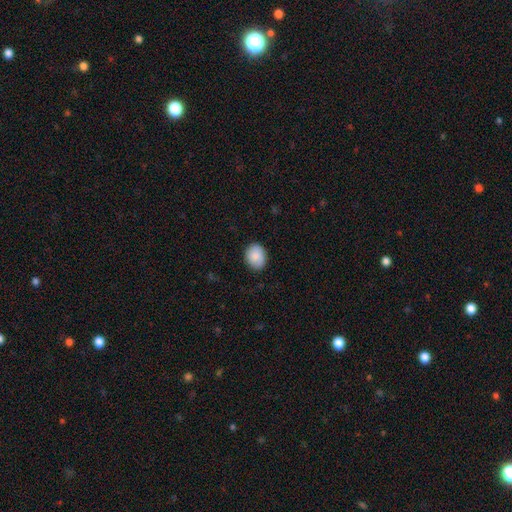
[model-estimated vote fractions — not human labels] Smooth or featured?
  - smooth: 87% *
  - star or artifact: 7%
  - featured or disk: 6%
How rounded?
  - in between: 56% *
  - round: 44%
  - cigar-shaped: 1%
Merging?
  - none: 86% *
  - minor disturbance: 11%
  - major disturbance: 2%
  - merger: 1%